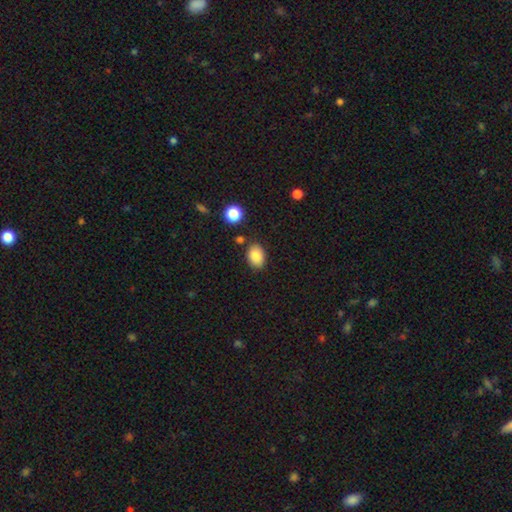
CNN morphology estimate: A smooth galaxy with no disk features (86%) that is in between round and cigar-shaped (78%). Merging: none (81%).